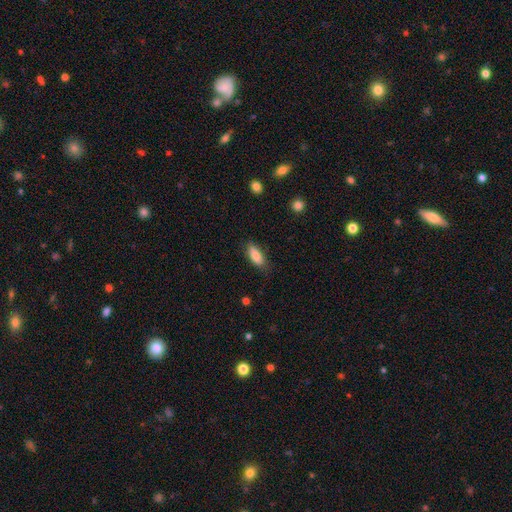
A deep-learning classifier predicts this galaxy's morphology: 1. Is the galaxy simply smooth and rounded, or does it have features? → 83% smooth, 10% featured or disk, 7% star or artifact.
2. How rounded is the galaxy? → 77% in between, 20% cigar-shaped, 2% round.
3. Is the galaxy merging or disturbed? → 76% none, 19% minor disturbance, 4% major disturbance, 1% merger.